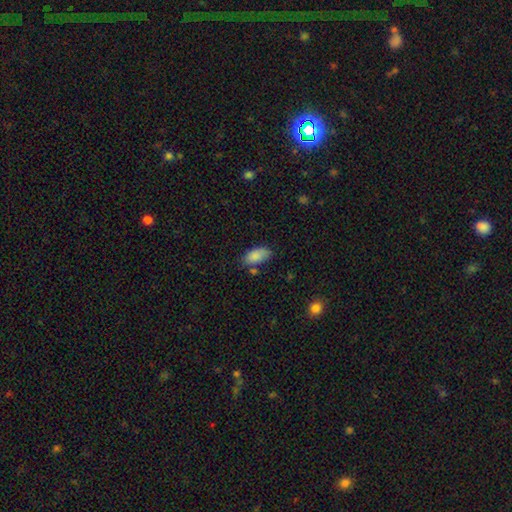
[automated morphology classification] A smooth galaxy with no disk features (86%) that is in between round and cigar-shaped (93%). Merging: none (65%).